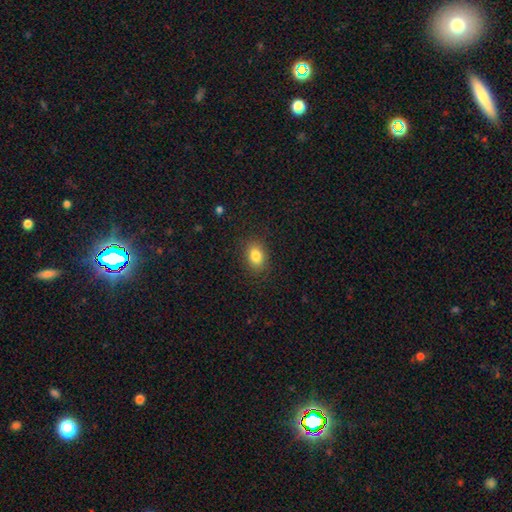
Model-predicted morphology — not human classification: Smooth or featured: smooth — 84% (star or artifact — 9%)
How rounded: in between — 75% (round — 24%)
Merging: none — 86% (minor disturbance — 10%)